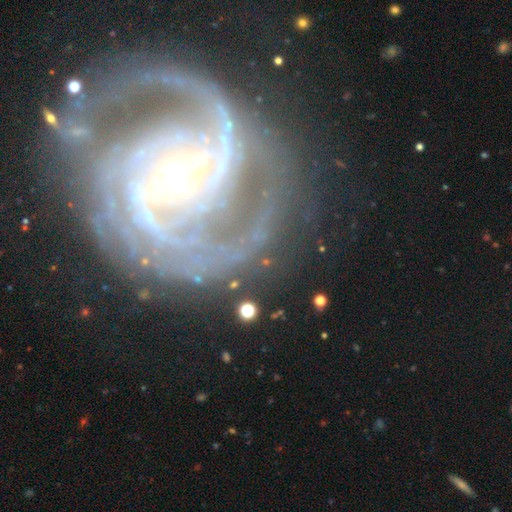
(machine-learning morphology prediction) Overall: featured or disk (91%). Edge-on disk: no (97%). Bar: strong (50%; weak 33%). Spiral arms: yes (98%). Spiral arm count: 2 (47%; 3 22%). Spiral winding: tight (53%; medium 39%). Bulge size: moderate (59%; small 32%). Merging: none (71%).